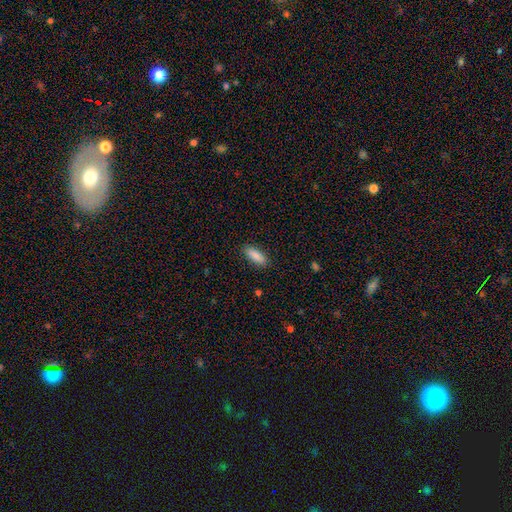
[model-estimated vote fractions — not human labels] Morphology: type=smooth (89%); roundness=in between (66%); merging=none (88%).